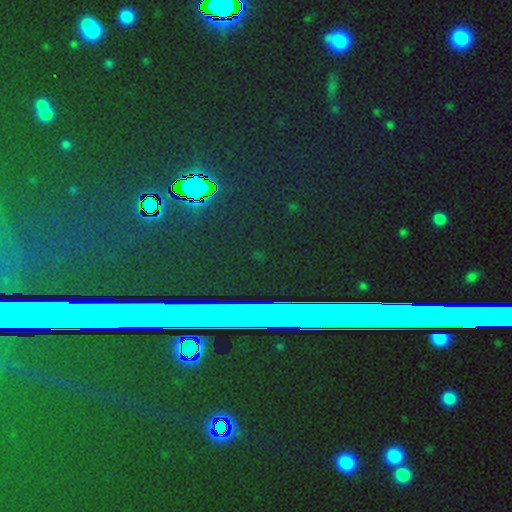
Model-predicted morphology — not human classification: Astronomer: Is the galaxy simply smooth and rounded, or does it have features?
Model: star or artifact — 83%.